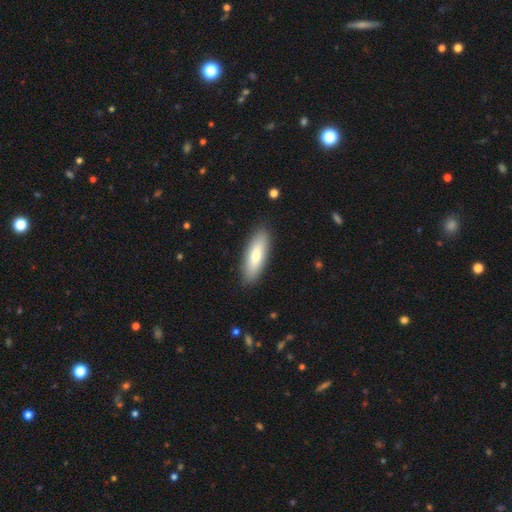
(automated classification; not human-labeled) smooth-or-featured: smooth: 70% | featured or disk: 24% | star or artifact: 6%
  how-rounded: in between: 58% | cigar-shaped: 40% | round: 2%
  merging: none: 89% | minor disturbance: 8% | major disturbance: 2% | merger: 1%